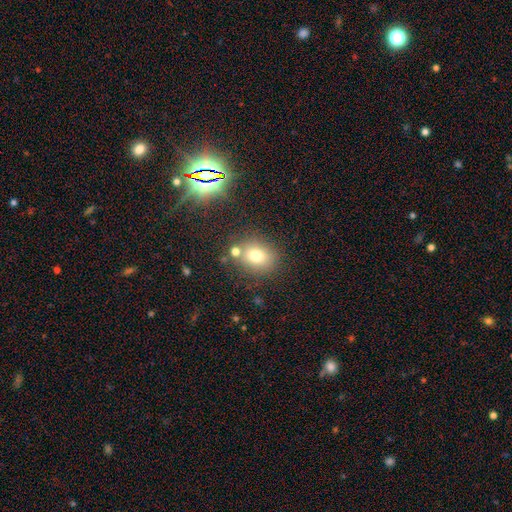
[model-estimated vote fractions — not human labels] Q: Smooth or featured?
A: smooth (74%); runner-up: star or artifact (14%)
Q: How rounded?
A: round (60%); runner-up: in between (39%)
Q: Merging?
A: none (71%); runner-up: merger (13%)